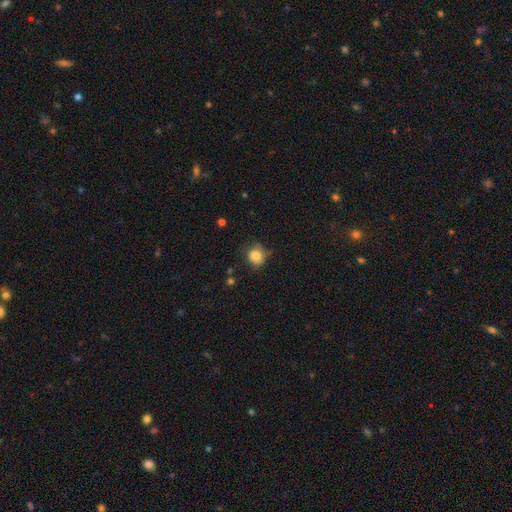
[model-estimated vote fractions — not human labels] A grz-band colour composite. It shows a smooth galaxy with no disk features (81%) that is round (78%). Merging: none (63%).